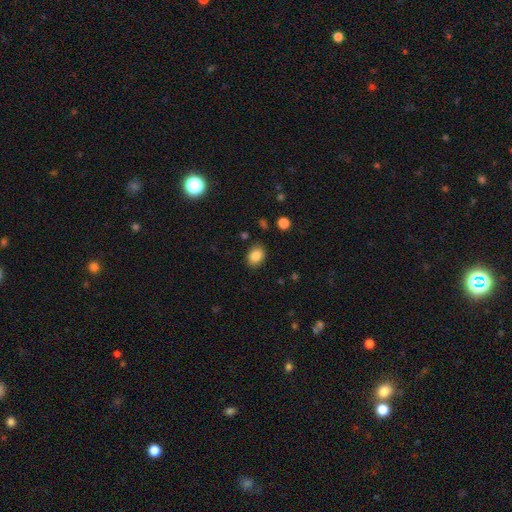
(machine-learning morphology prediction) Smooth or featured? Predicted: smooth (p=0.86). How rounded? Predicted: in between (p=0.63). Merging? Predicted: none (p=0.86).